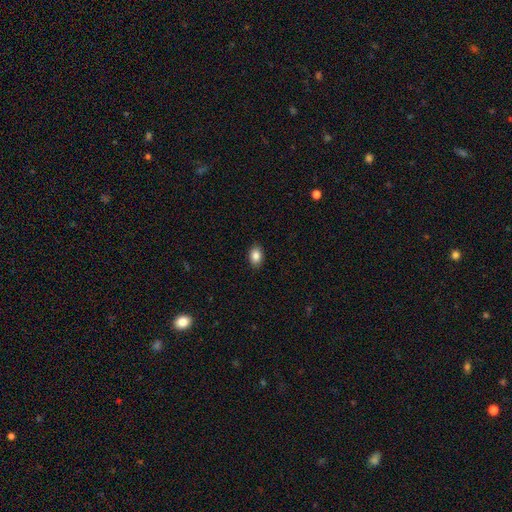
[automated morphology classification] This is clearly a smooth galaxy (86%). How rounded: clearly in between (82%). Merging: clearly none (89%).